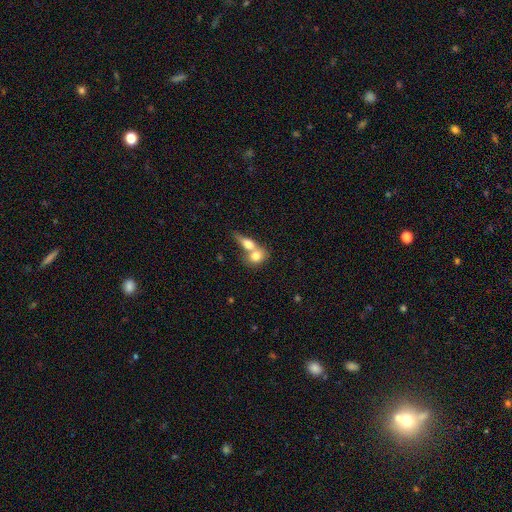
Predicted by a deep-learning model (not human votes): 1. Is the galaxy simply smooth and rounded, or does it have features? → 74% smooth, 19% featured or disk, 7% star or artifact.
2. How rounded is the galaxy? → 53% in between, 42% round, 5% cigar-shaped.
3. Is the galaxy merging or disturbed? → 72% merger, 19% none, 5% minor disturbance, 3% major disturbance.